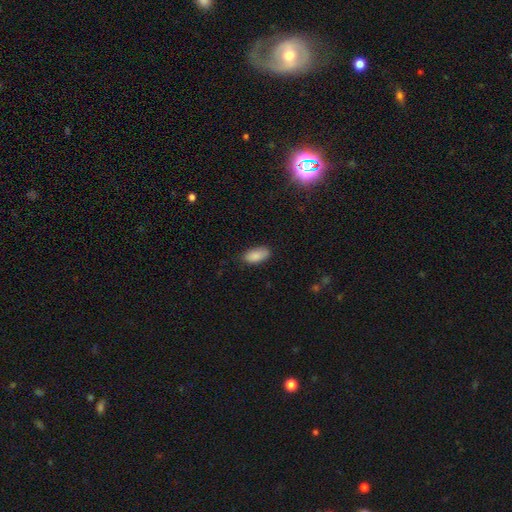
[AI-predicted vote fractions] smooth-or-featured: smooth: 87% | star or artifact: 7% | featured or disk: 6%
  how-rounded: in between: 93% | cigar-shaped: 5% | round: 2%
  merging: none: 79% | minor disturbance: 17% | major disturbance: 3% | merger: 1%